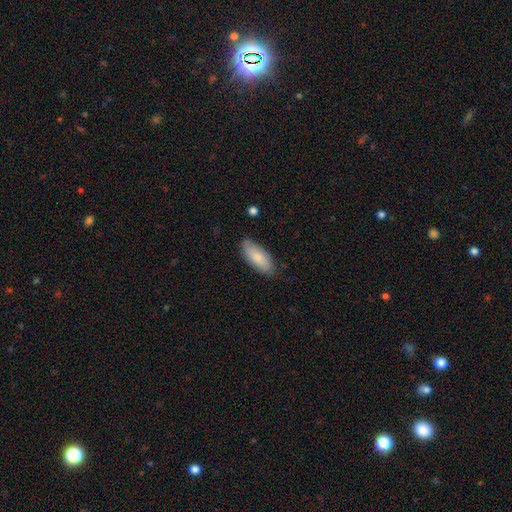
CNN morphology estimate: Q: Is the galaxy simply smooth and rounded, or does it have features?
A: smooth — 78%.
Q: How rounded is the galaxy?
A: in between — 86%.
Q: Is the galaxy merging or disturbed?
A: none — 79%.